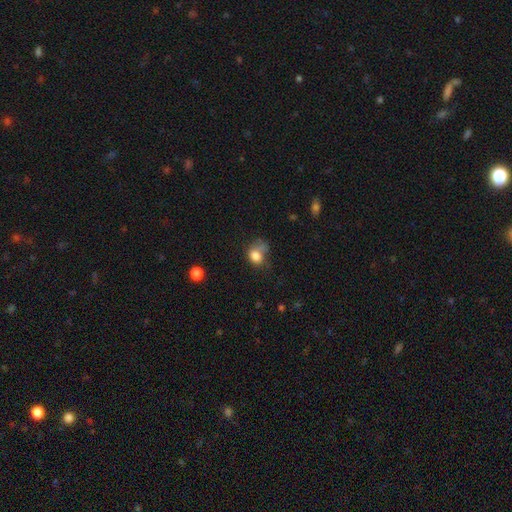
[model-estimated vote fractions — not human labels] This appears to be a smooth galaxy with no disk features (77%) that is in between round and cigar-shaped (53%). Merging: none (31%).